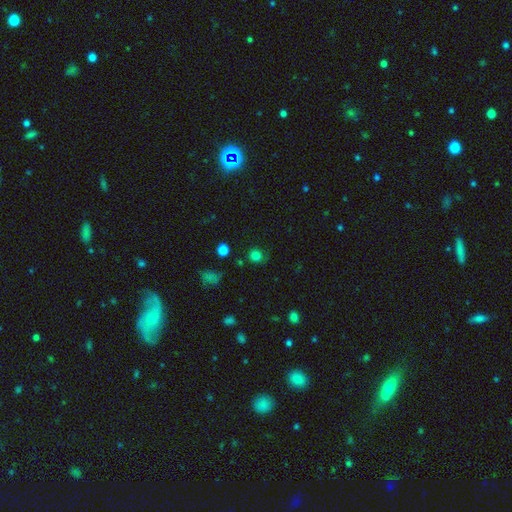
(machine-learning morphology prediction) A smooth galaxy with no disk features (80%) that is round (89%). Merging: none (78%).